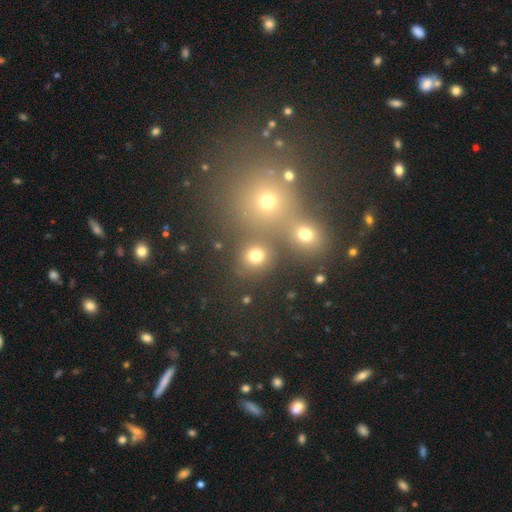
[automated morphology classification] smooth-or-featured: smooth: 74% | star or artifact: 19% | featured or disk: 7%
  how-rounded: round: 85% | in between: 13% | cigar-shaped: 1%
  merging: none: 68% | merger: 21% | minor disturbance: 7% | major disturbance: 4%